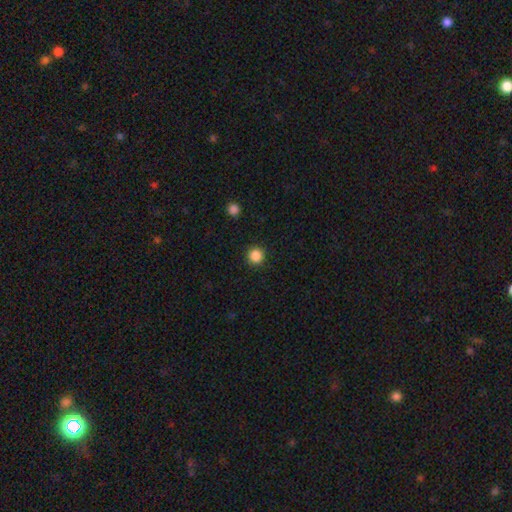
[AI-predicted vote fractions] Smooth or featured? Predicted: smooth (p=0.86). How rounded? Predicted: round (p=0.95). Merging? Predicted: none (p=0.93).